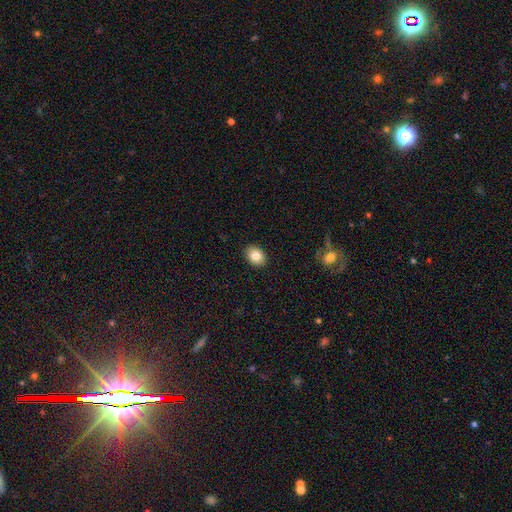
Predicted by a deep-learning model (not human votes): smooth 83%, star or artifact 9%, featured or disk 9%. Down the decision tree: how rounded — in between (63%); merging — none (91%).